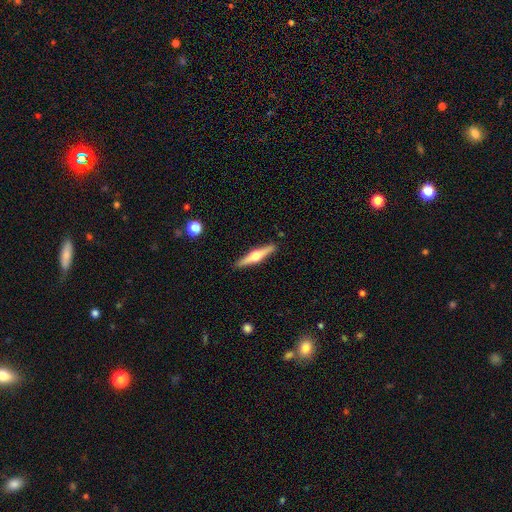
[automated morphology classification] Overall: featured or disk (65%; smooth 30%). Edge-on disk: yes (97%). Edge-on bulge: rounded (95%). Merging: none (91%).